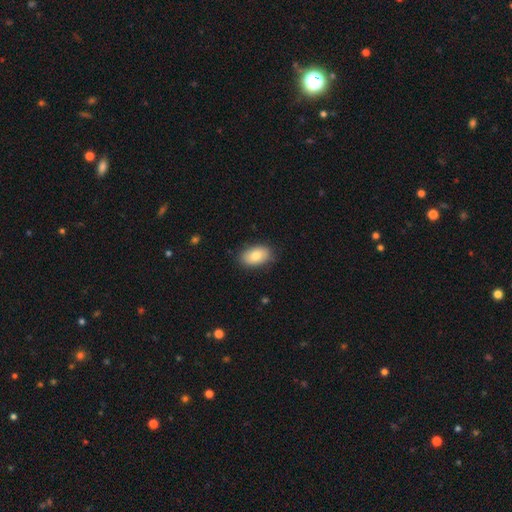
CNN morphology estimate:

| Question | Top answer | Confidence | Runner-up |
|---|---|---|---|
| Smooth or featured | smooth | 82% | featured or disk (11%) |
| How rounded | in between | 92% | round (6%) |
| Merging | none | 84% | minor disturbance (12%) |